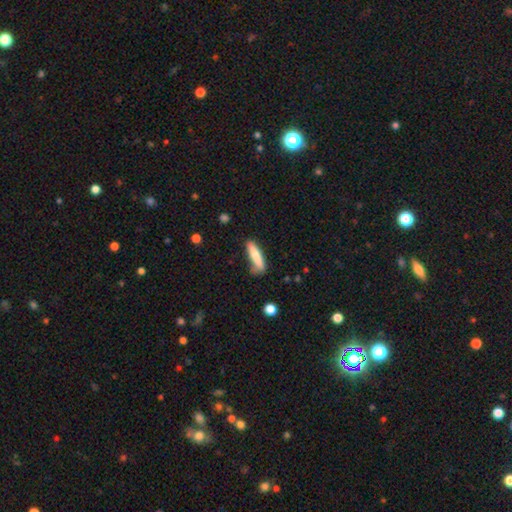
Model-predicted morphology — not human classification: Smooth or featured? smooth (77%)
How rounded? cigar-shaped (80%)
Merging? none (66%)